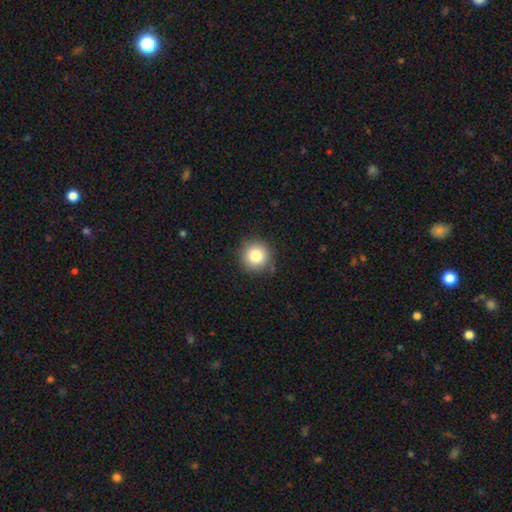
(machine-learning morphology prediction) This appears to be a smooth galaxy with no disk features (83%) that is round (95%). Merging: none (87%).